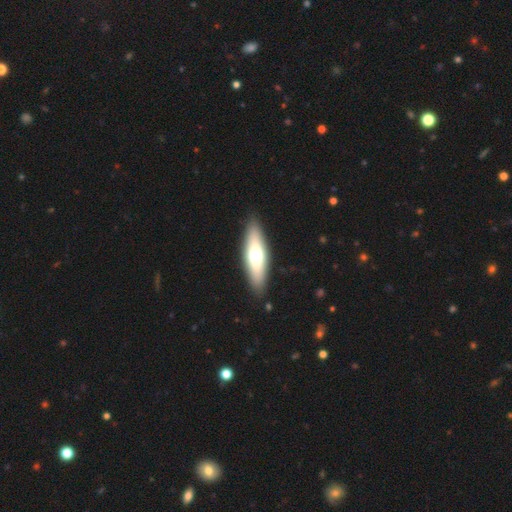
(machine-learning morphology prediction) smooth 53%, featured or disk 41%, star or artifact 6%. Down the decision tree: how rounded — cigar-shaped (52%); merging — none (89%).